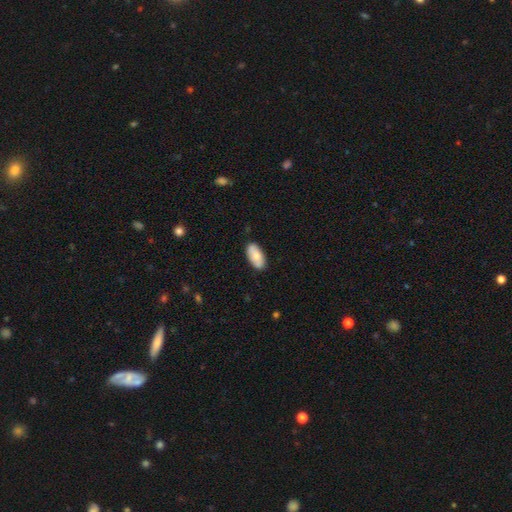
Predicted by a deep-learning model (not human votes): smooth-or-featured: smooth: 73% | featured or disk: 21% | star or artifact: 6%
  how-rounded: in between: 92% | cigar-shaped: 5% | round: 3%
  merging: none: 85% | minor disturbance: 11% | major disturbance: 2% | merger: 1%